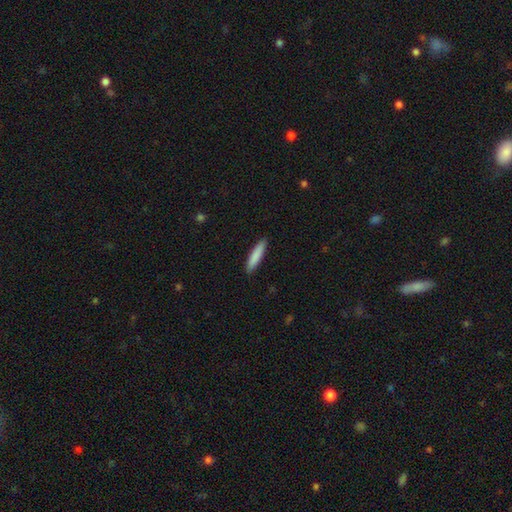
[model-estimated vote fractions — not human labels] smooth-or-featured: smooth: 85% | featured or disk: 9% | star or artifact: 5%
  how-rounded: cigar-shaped: 85% | in between: 14% | round: 1%
  merging: none: 90% | minor disturbance: 7% | major disturbance: 1% | merger: 1%